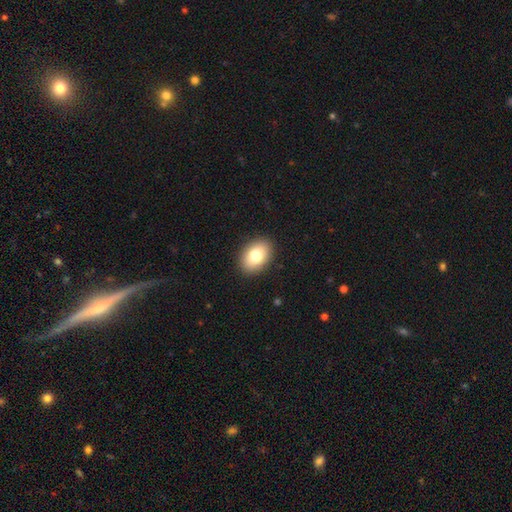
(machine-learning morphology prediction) This appears to be a smooth galaxy with no disk features (80%) that is in between round and cigar-shaped (84%). Merging: none (90%).